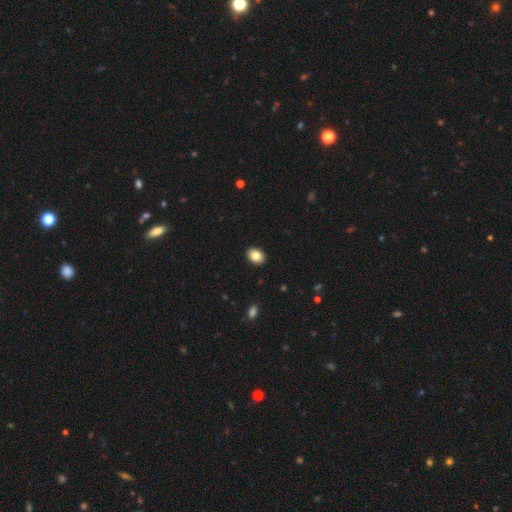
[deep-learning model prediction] Smooth or featured: smooth — 85% (star or artifact — 8%)
How rounded: in between — 72% (round — 27%)
Merging: none — 91% (minor disturbance — 6%)